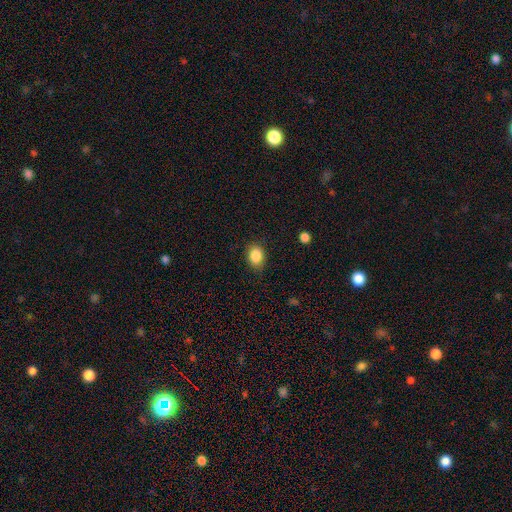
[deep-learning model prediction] The model was most divided on "how rounded": in between: 59%, round: 40%, cigar-shaped: 1%. More confident: smooth or featured — smooth (86%); merging — none (81%).